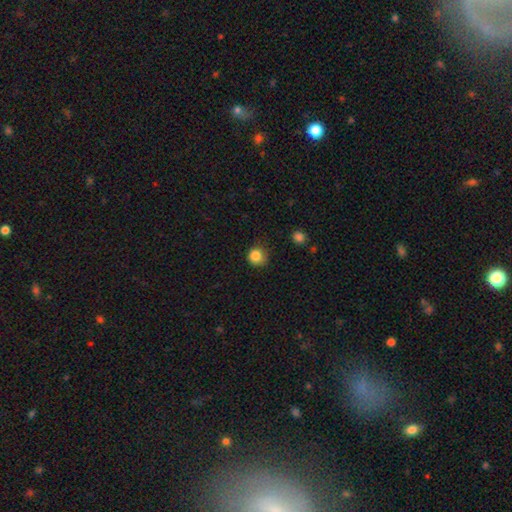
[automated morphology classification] Smooth or featured? Predicted: smooth (p=0.84). How rounded? Predicted: round (p=0.91). Merging? Predicted: none (p=0.72).